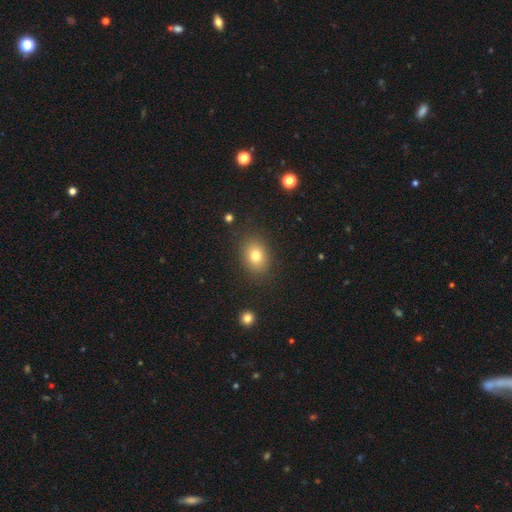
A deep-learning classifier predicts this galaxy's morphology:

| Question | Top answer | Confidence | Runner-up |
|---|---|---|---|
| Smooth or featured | smooth | 78% | star or artifact (11%) |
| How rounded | in between | 64% | round (35%) |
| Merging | none | 85% | minor disturbance (10%) |